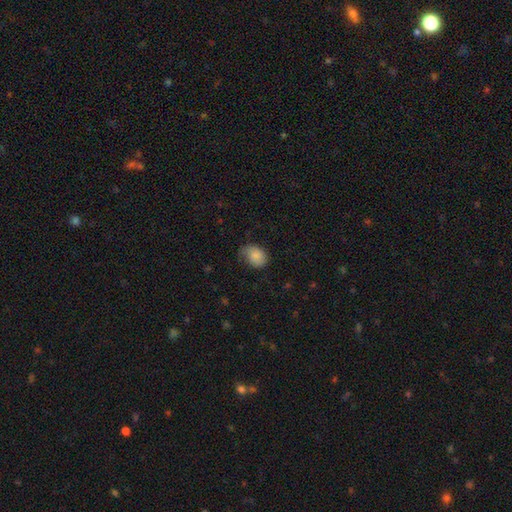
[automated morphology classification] This is clearly a smooth galaxy (82%). How rounded: likely in between (63%). Merging: possibly none (54%).